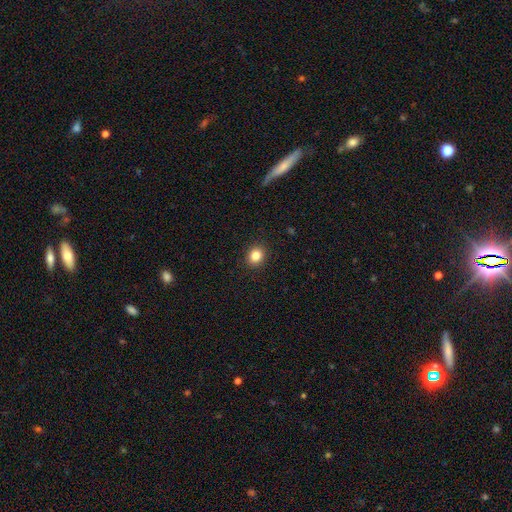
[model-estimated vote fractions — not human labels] Smooth or featured: smooth — 84% (star or artifact — 11%)
How rounded: round — 74% (in between — 25%)
Merging: none — 91% (minor disturbance — 6%)